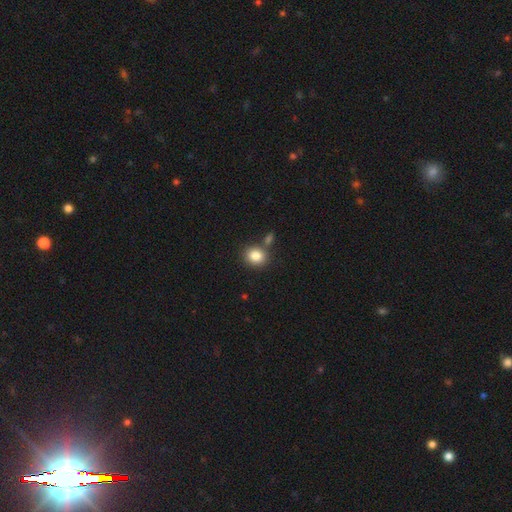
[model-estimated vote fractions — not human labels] A smooth galaxy with no disk features (84%) that is round (66%).

Vote fractions:
- Smooth or featured? smooth: 84% / star or artifact: 9% / featured or disk: 6%
- How rounded? round: 66% / in between: 33% / cigar-shaped: 1%
- Merging? none: 70% / merger: 16% / minor disturbance: 10% / major disturbance: 3%